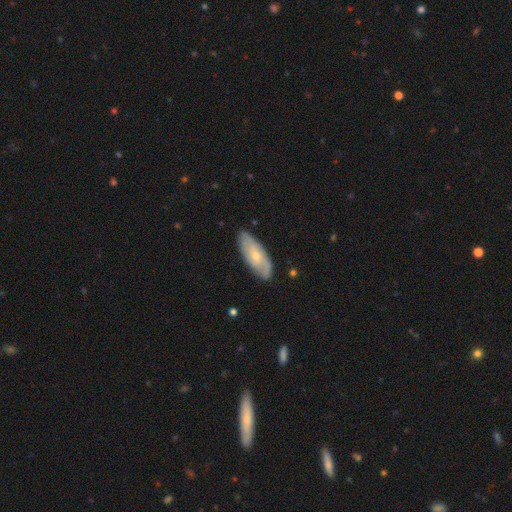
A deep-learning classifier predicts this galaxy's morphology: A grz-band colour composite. It shows a featured or disk galaxy (49%). Merging: none (82%).